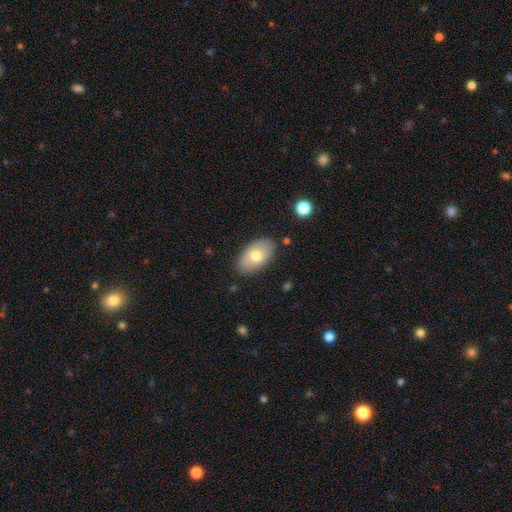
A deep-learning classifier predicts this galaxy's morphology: This is likely a smooth galaxy (70%). How rounded: clearly in between (93%). Merging: clearly none (83%).